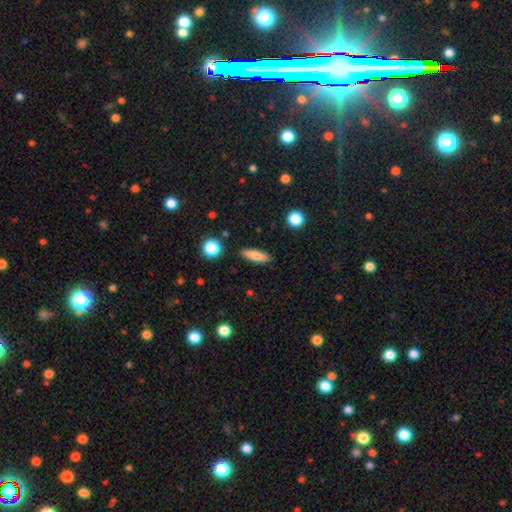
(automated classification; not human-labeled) The model was most divided on "how rounded": cigar-shaped: 61%, in between: 36%, round: 3%. More confident: merging — none (89%); smooth or featured — smooth (78%).